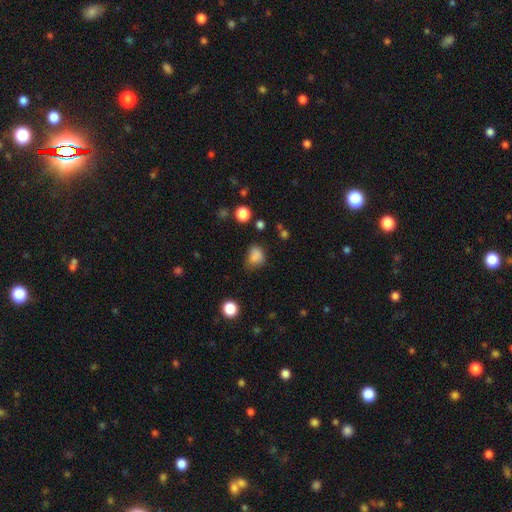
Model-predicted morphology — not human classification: Q: Smooth or featured?
A: smooth (81%); runner-up: star or artifact (13%)
Q: How rounded?
A: in between (50%); runner-up: round (49%)
Q: Merging?
A: none (52%); runner-up: minor disturbance (32%)